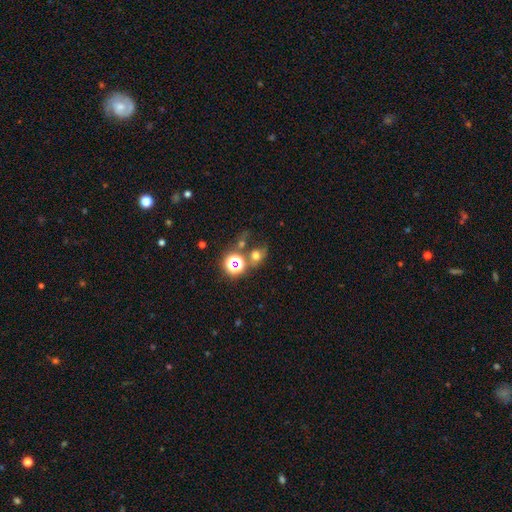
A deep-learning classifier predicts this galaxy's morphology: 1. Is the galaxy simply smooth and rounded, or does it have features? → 53% smooth, 31% star or artifact, 16% featured or disk.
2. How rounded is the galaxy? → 66% round, 33% in between, 2% cigar-shaped.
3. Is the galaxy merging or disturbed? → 54% none, 23% merger, 14% minor disturbance, 10% major disturbance.